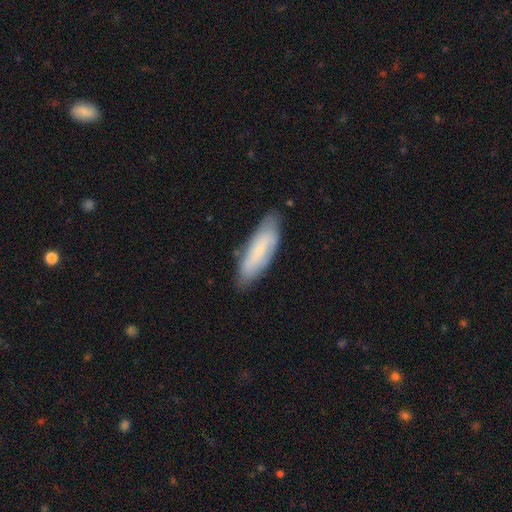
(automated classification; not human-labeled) smooth 61%, featured or disk 31%, star or artifact 8%. Down the decision tree: how rounded — cigar-shaped (50%); merging — none (80%).